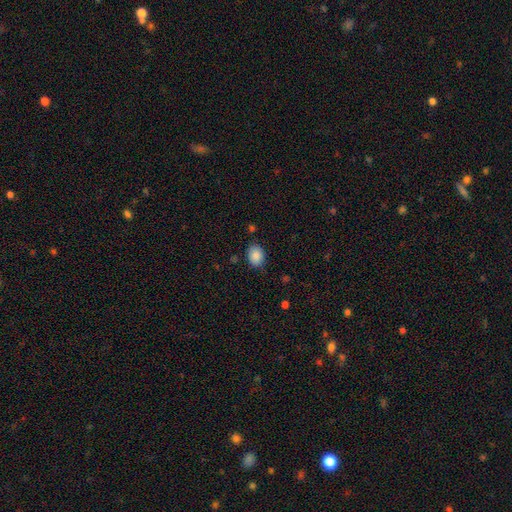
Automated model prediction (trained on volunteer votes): A smooth galaxy with no disk features (87%) that is in between round and cigar-shaped (71%).

Vote fractions:
- Smooth or featured? smooth: 87% / star or artifact: 8% / featured or disk: 5%
- How rounded? in between: 71% / round: 28% / cigar-shaped: 1%
- Merging? none: 80% / minor disturbance: 14% / major disturbance: 3% / merger: 2%